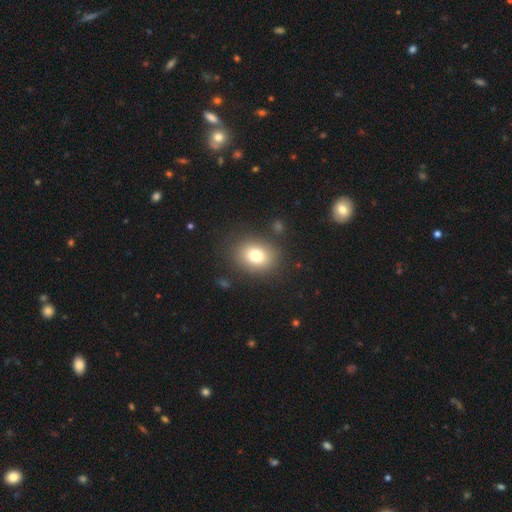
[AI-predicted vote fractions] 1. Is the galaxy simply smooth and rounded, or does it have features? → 78% smooth, 11% featured or disk, 11% star or artifact.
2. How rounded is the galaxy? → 50% in between, 49% round, 1% cigar-shaped.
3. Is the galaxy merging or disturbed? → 84% none, 10% minor disturbance, 4% major disturbance, 2% merger.